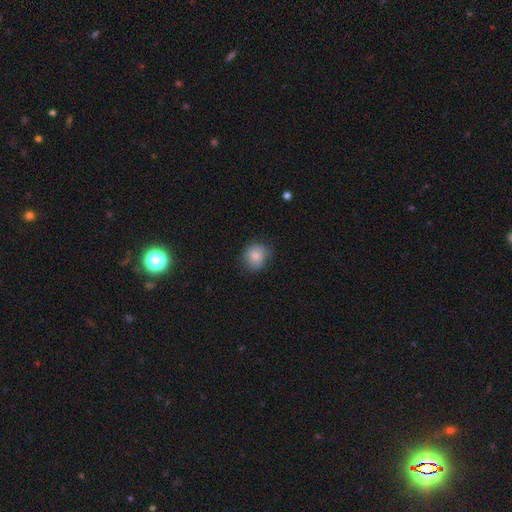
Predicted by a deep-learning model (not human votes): Smooth or featured? Predicted: smooth (p=0.83). How rounded? Predicted: round (p=0.78). Merging? Predicted: none (p=0.73).